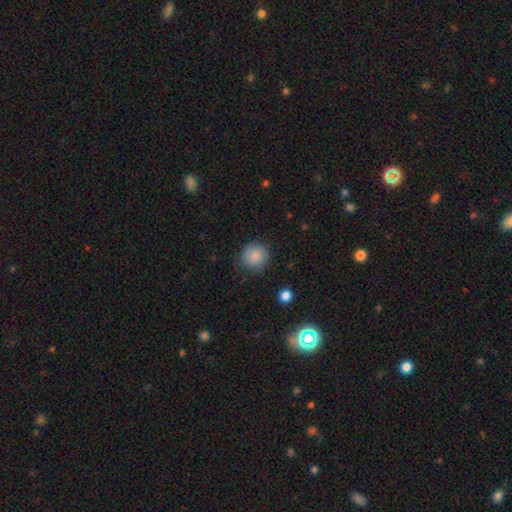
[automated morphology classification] Smooth or featured? smooth (85%)
How rounded? round (86%)
Merging? none (81%)